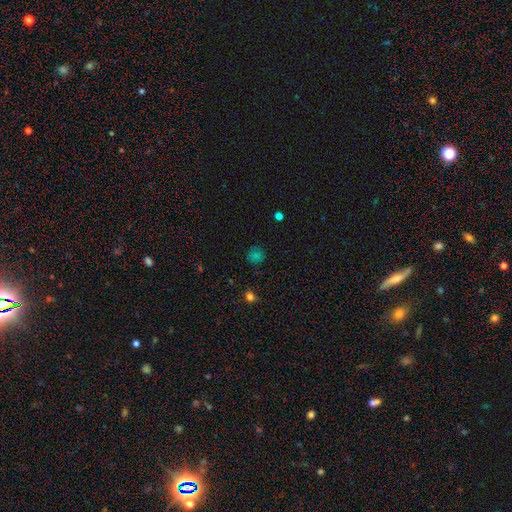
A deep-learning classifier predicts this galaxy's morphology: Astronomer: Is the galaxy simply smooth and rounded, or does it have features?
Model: smooth — 61%.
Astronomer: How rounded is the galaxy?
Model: round — 88%.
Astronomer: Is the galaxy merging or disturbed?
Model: none — 82%.